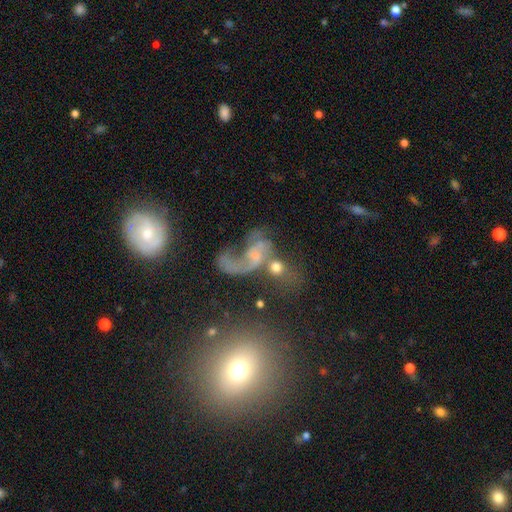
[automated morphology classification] smooth-or-featured: featured or disk: 61% | smooth: 23% | star or artifact: 16%
  disk-edge-on: no: 96% | yes: 4%
    bar: no: 68% | weak: 25% | strong: 7%
    has-spiral-arms: yes: 66% | no: 34%
    bulge-size: small: 39% | none: 29% | moderate: 24% | large: 5% | dominant: 3%
  merging: merger: 42% | major disturbance: 31% | none: 18% | minor disturbance: 9%